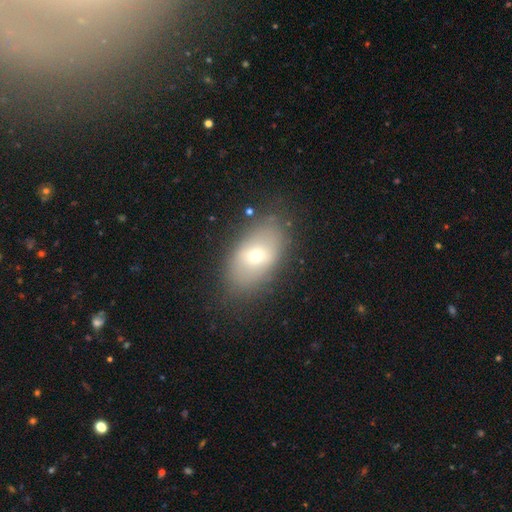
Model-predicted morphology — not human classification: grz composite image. It shows a smooth galaxy with no disk features (63%) that is in between round and cigar-shaped (89%). Merging: none (79%).